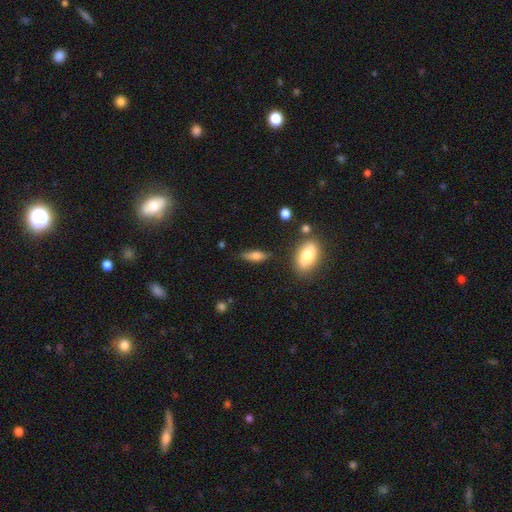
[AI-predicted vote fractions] This is likely a smooth galaxy (65%). How rounded: possibly in between (56%). Merging: likely none (75%).